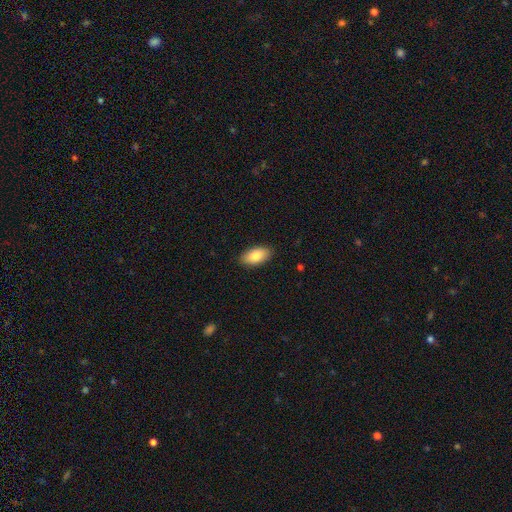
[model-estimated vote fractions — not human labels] Smooth or featured? smooth (84%)
How rounded? in between (93%)
Merging? none (89%)